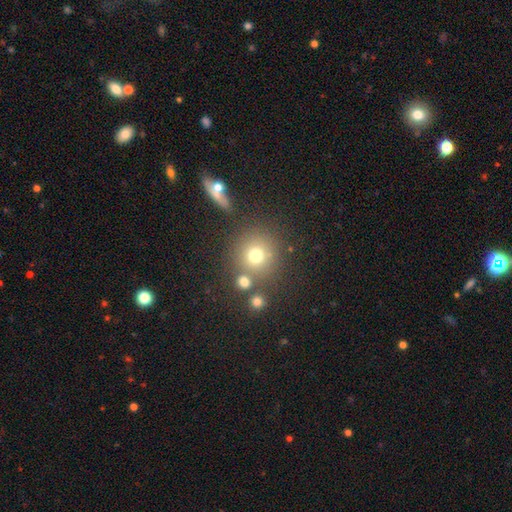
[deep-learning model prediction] Smooth or featured? Predicted: smooth (p=0.72). How rounded? Predicted: round (p=0.91). Merging? Predicted: none (p=0.71).